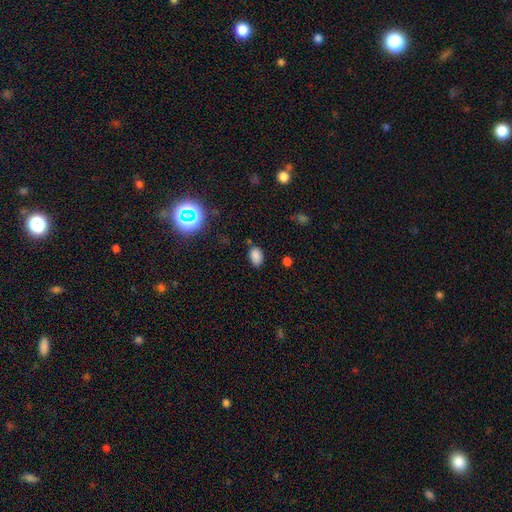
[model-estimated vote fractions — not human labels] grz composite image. It shows a smooth galaxy with no disk features (81%) that is in between round and cigar-shaped (87%). Merging: none (79%).